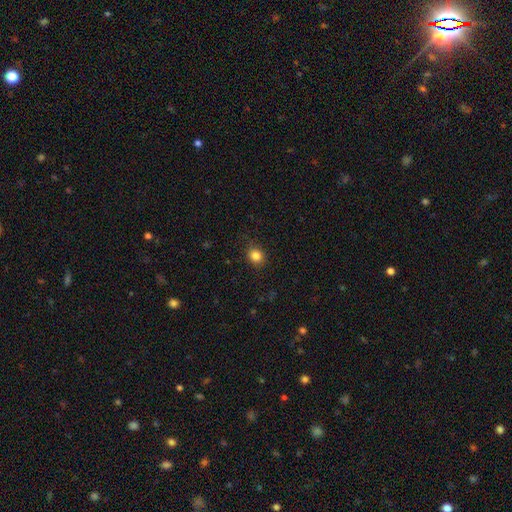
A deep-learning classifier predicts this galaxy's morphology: Q: Smooth or featured?
A: smooth (83%); runner-up: star or artifact (11%)
Q: How rounded?
A: round (70%); runner-up: in between (29%)
Q: Merging?
A: none (86%); runner-up: minor disturbance (10%)